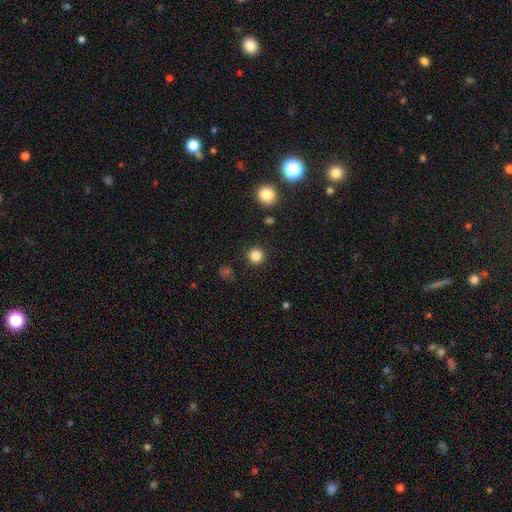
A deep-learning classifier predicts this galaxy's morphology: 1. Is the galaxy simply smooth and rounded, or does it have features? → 85% smooth, 12% star or artifact, 4% featured or disk.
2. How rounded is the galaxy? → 95% round, 4% in between, 1% cigar-shaped.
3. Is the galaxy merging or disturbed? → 91% none, 5% minor disturbance, 2% major disturbance, 2% merger.